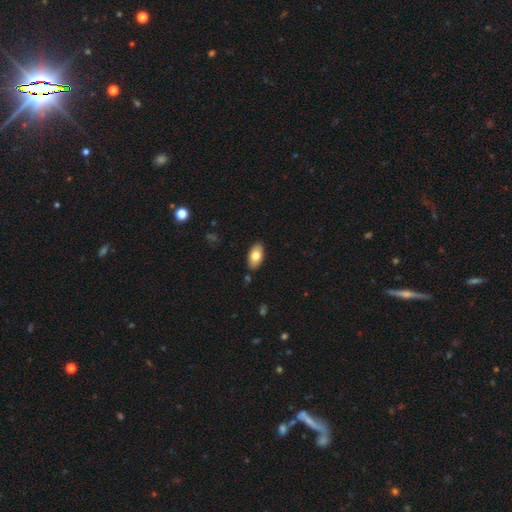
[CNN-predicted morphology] Smooth or featured?
  - smooth: 77% *
  - featured or disk: 16%
  - star or artifact: 7%
How rounded?
  - in between: 93% *
  - cigar-shaped: 3%
  - round: 3%
Merging?
  - none: 86% *
  - minor disturbance: 10%
  - major disturbance: 2%
  - merger: 2%